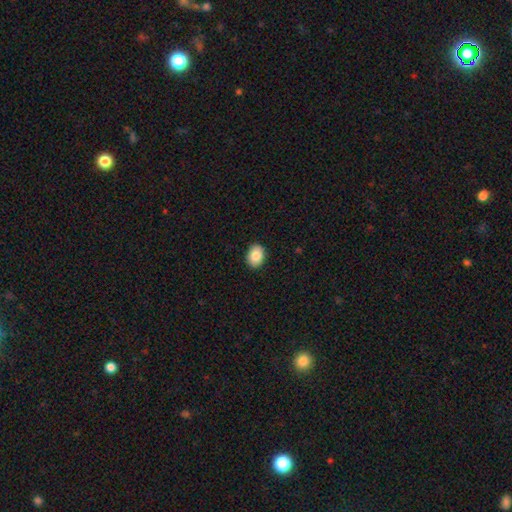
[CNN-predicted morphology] type=smooth (86%); roundness=in between (71%); merging=none (90%).